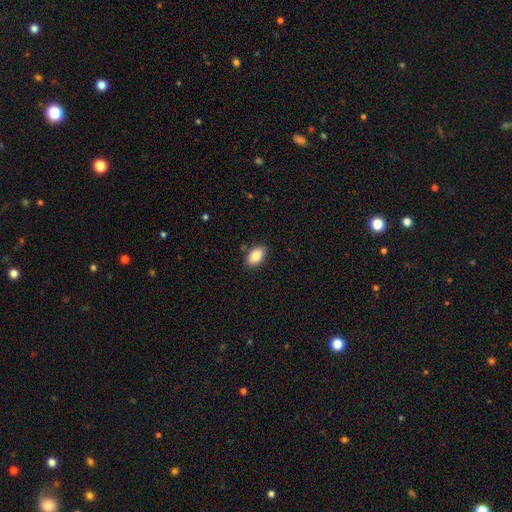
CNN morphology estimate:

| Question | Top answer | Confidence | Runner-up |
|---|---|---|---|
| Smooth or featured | smooth | 87% | star or artifact (7%) |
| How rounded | in between | 92% | round (6%) |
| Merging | none | 85% | minor disturbance (11%) |